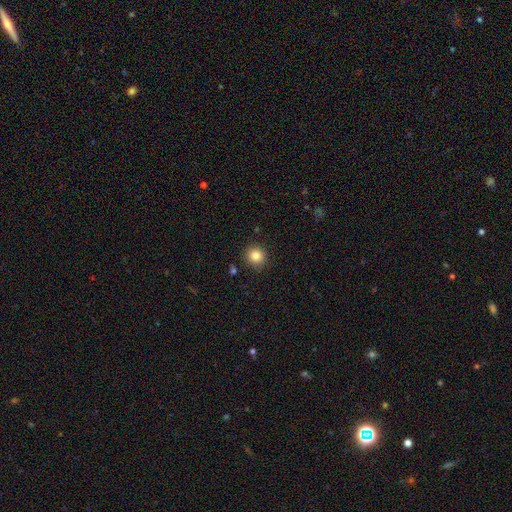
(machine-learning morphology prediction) Q: Smooth or featured?
A: smooth (84%); runner-up: star or artifact (10%)
Q: How rounded?
A: round (92%); runner-up: in between (7%)
Q: Merging?
A: none (89%); runner-up: minor disturbance (7%)